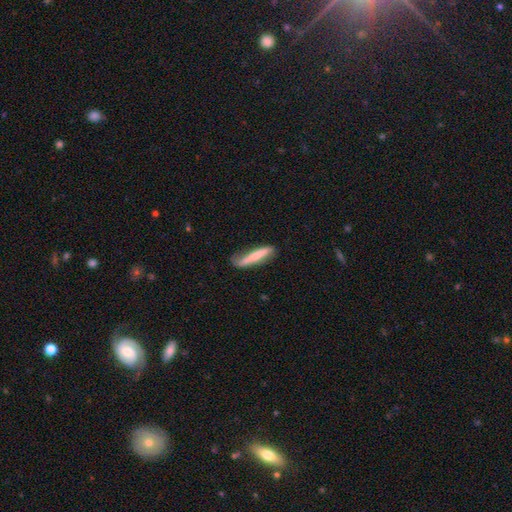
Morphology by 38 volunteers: Smooth or featured? 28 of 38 (74%) said smooth. How rounded? 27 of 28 (96%) said cigar-shaped. Merging? 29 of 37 (78%) said none.